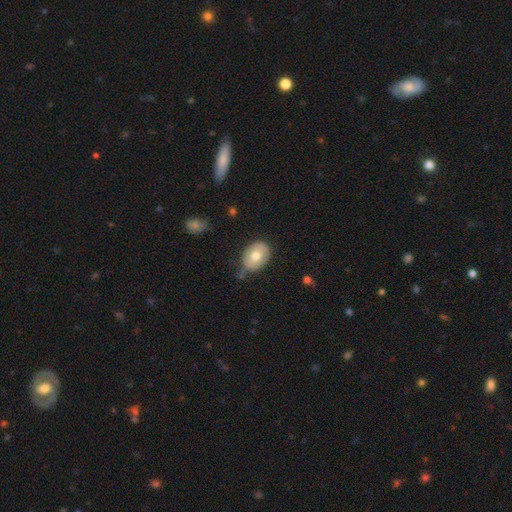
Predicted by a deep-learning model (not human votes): Overall: smooth (69%). How rounded: in between (72%). Merging: none (66%).